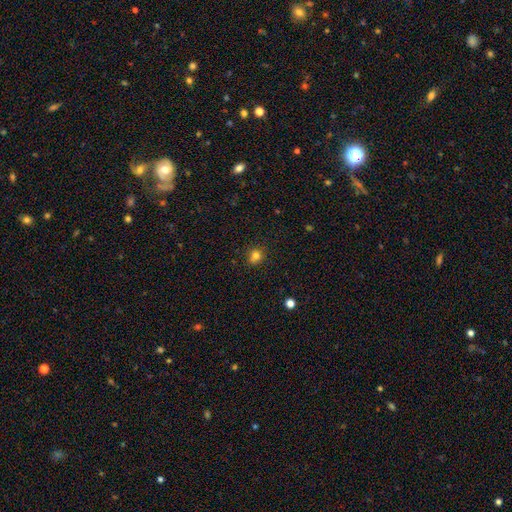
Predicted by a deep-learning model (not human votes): Q: Smooth or featured?
A: smooth (80%); runner-up: star or artifact (14%)
Q: How rounded?
A: round (83%); runner-up: in between (16%)
Q: Merging?
A: none (85%); runner-up: minor disturbance (10%)